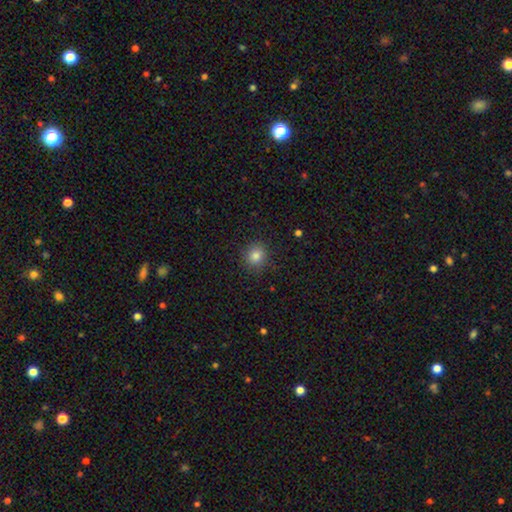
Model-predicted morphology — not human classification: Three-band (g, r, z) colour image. It shows a smooth galaxy with no disk features (83%) that is round (86%). Merging: none (88%).